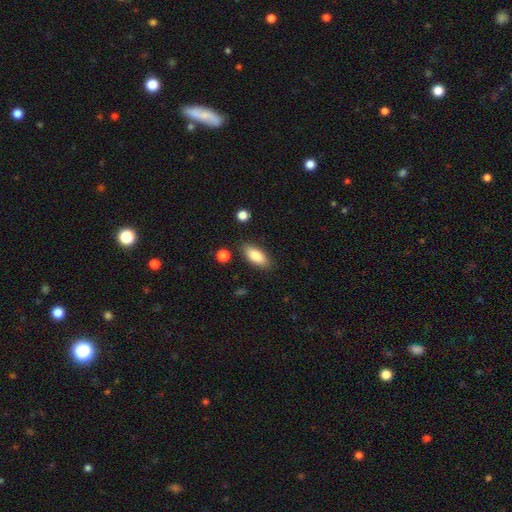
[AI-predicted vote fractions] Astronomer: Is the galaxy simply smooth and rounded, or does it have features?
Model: smooth — 84%.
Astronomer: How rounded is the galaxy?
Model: in between — 82%.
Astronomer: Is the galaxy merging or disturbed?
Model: none — 85%.